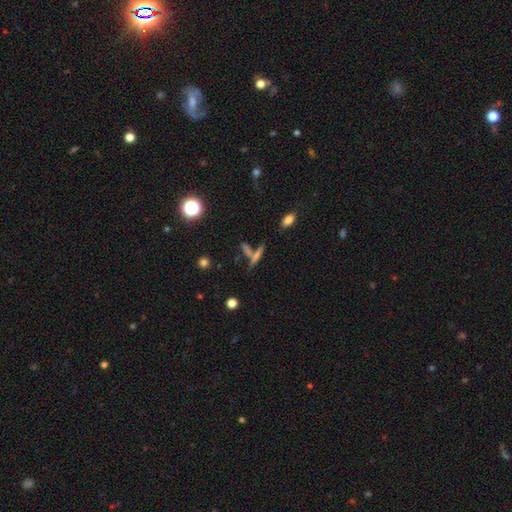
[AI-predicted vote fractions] star or artifact 38%, smooth 34%, featured or disk 27%.